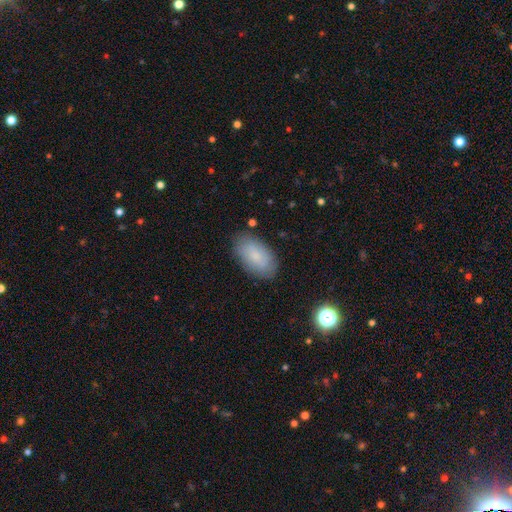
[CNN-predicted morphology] Smooth or featured: smooth — 79% (featured or disk — 14%)
How rounded: in between — 94% (round — 4%)
Merging: none — 83% (minor disturbance — 12%)